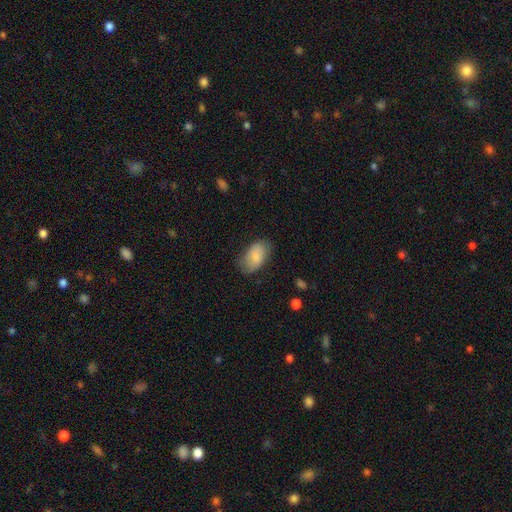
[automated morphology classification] Q: Smooth or featured?
A: smooth (82%); runner-up: featured or disk (11%)
Q: How rounded?
A: in between (93%); runner-up: round (5%)
Q: Merging?
A: none (71%); runner-up: minor disturbance (22%)